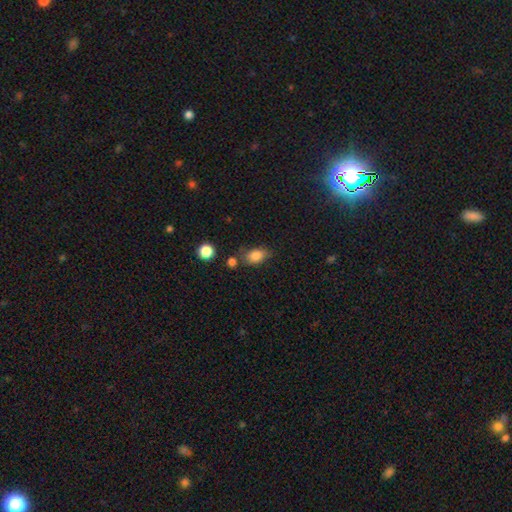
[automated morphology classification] smooth 83%, star or artifact 10%, featured or disk 8%. Down the decision tree: how rounded — in between (77%); merging — none (62%).